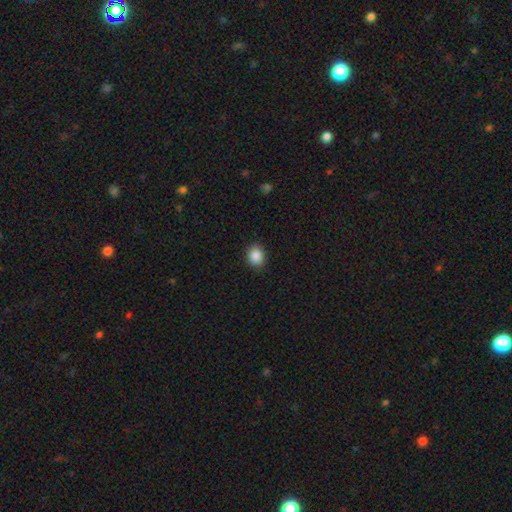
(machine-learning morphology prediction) Smooth or featured: smooth — 88% (star or artifact — 9%)
How rounded: round — 56% (in between — 43%)
Merging: none — 90% (minor disturbance — 7%)